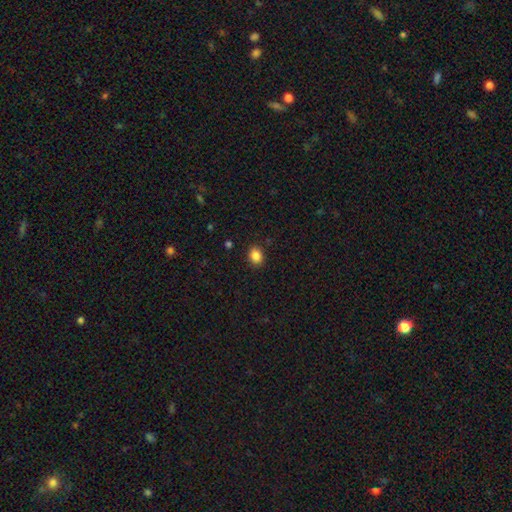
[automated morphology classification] This is clearly a smooth galaxy (86%). How rounded: possibly round (51%). Merging: clearly none (89%).